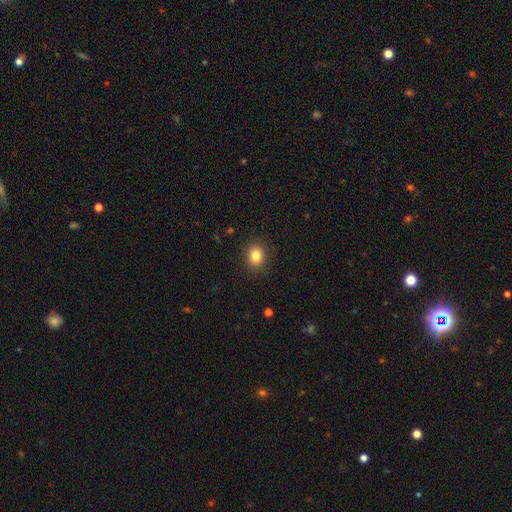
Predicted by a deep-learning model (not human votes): Smooth or featured? Predicted: smooth (p=0.84). How rounded? Predicted: round (p=0.68). Merging? Predicted: none (p=0.90).